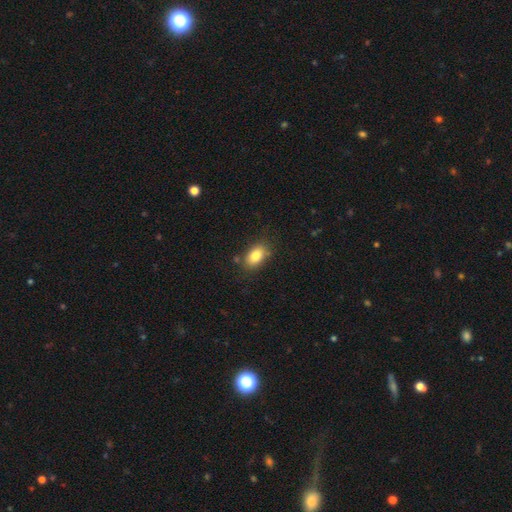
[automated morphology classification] Overall: smooth (83%). How rounded: in between (87%). Merging: none (79%).